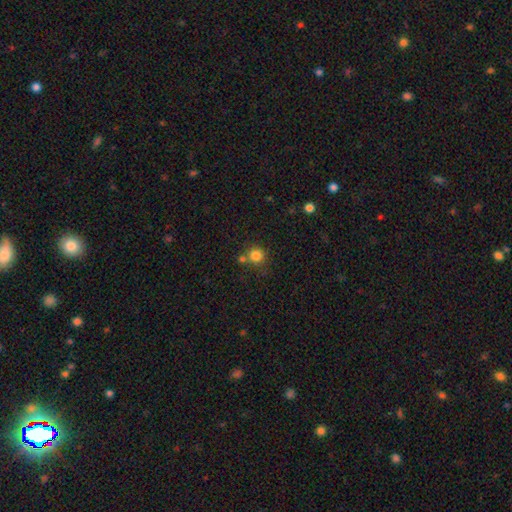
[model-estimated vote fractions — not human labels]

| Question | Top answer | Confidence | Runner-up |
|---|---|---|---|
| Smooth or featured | smooth | 82% | star or artifact (12%) |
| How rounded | round | 91% | in between (8%) |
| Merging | none | 66% | merger (20%) |